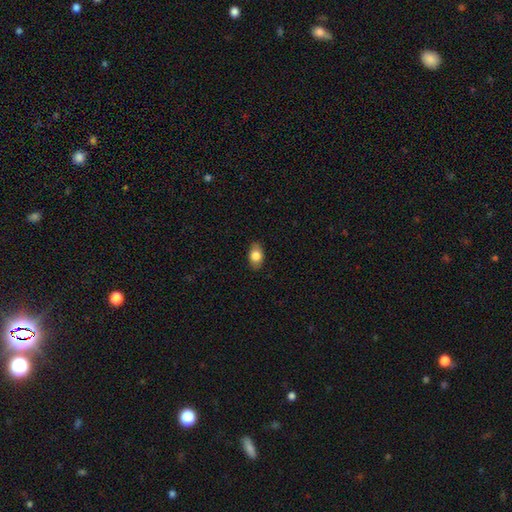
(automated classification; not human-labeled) Smooth or featured?
  - smooth: 82% *
  - featured or disk: 11%
  - star or artifact: 8%
How rounded?
  - in between: 87% *
  - round: 12%
  - cigar-shaped: 2%
Merging?
  - none: 85% *
  - minor disturbance: 11%
  - major disturbance: 2%
  - merger: 1%